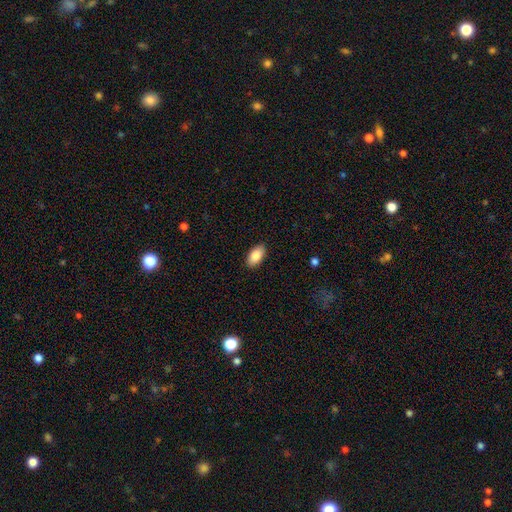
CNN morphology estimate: smooth-or-featured: smooth: 87% | star or artifact: 7% | featured or disk: 6%
  how-rounded: in between: 94% | cigar-shaped: 3% | round: 3%
  merging: none: 88% | minor disturbance: 9% | major disturbance: 2% | merger: 1%